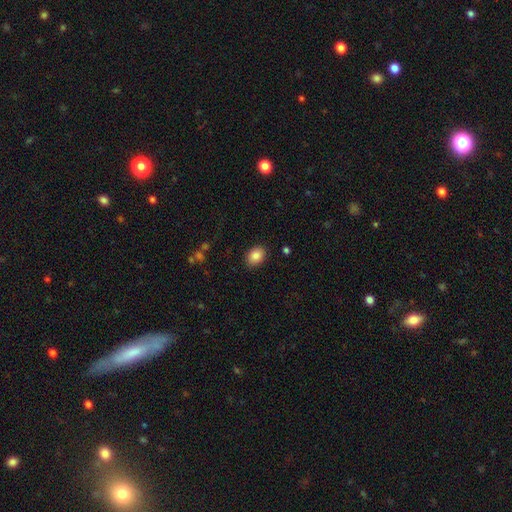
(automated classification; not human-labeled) Morphology: type=smooth (86%); roundness=in between (73%); merging=none (87%).